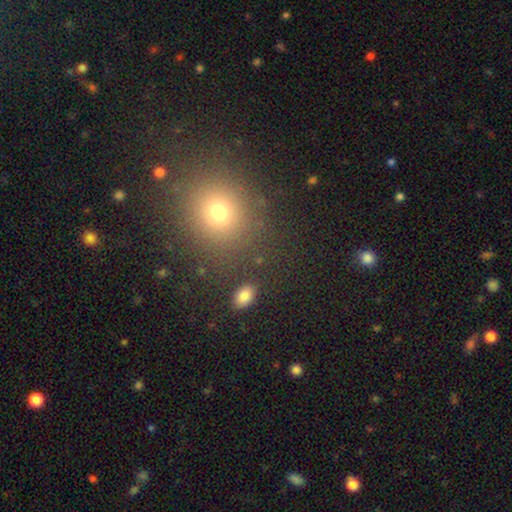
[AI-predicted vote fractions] Q: Smooth or featured?
A: smooth (61%); runner-up: star or artifact (31%)
Q: How rounded?
A: round (80%); runner-up: in between (19%)
Q: Merging?
A: none (87%); runner-up: minor disturbance (7%)